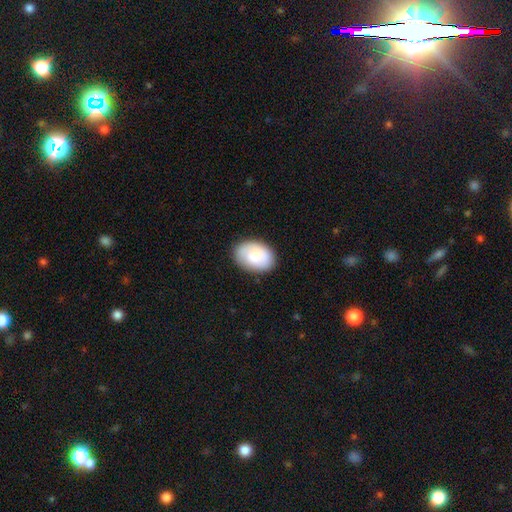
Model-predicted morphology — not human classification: A smooth galaxy with no disk features (76%) that is in between round and cigar-shaped (79%).

Vote fractions:
- Smooth or featured? smooth: 76% / featured or disk: 17% / star or artifact: 6%
- How rounded? in between: 79% / round: 20% / cigar-shaped: 1%
- Merging? none: 82% / minor disturbance: 14% / major disturbance: 3% / merger: 1%